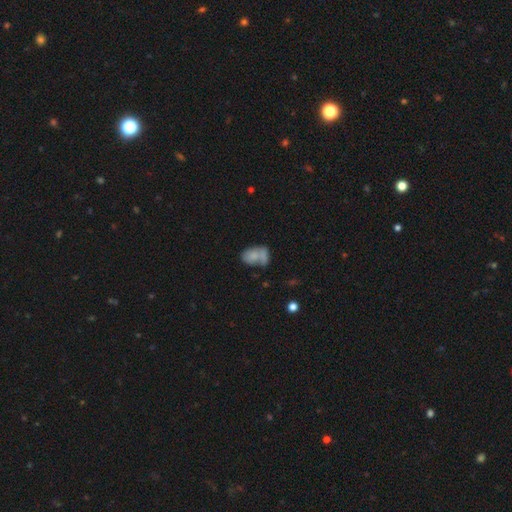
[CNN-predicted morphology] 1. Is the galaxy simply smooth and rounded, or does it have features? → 70% smooth, 21% featured or disk, 10% star or artifact.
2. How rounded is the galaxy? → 80% in between, 19% round, 2% cigar-shaped.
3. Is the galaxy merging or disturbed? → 42% merger, 28% none, 17% minor disturbance, 13% major disturbance.